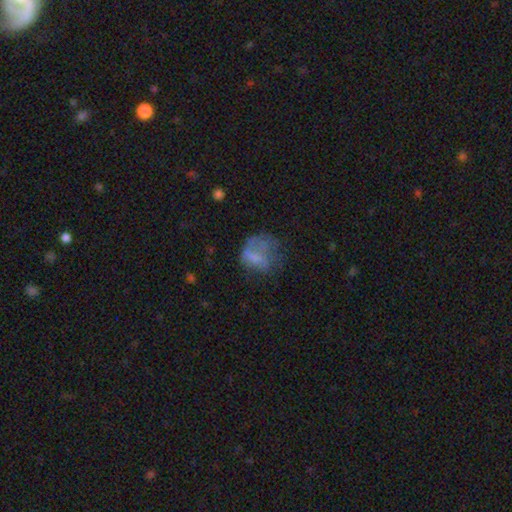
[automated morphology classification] A smooth galaxy with no disk features (54%) that is round (52%).

Vote fractions:
- Smooth or featured? smooth: 54% / featured or disk: 33% / star or artifact: 13%
- How rounded? round: 52% / in between: 46% / cigar-shaped: 2%
- Merging? major disturbance: 42% / none: 31% / minor disturbance: 24% / merger: 4%